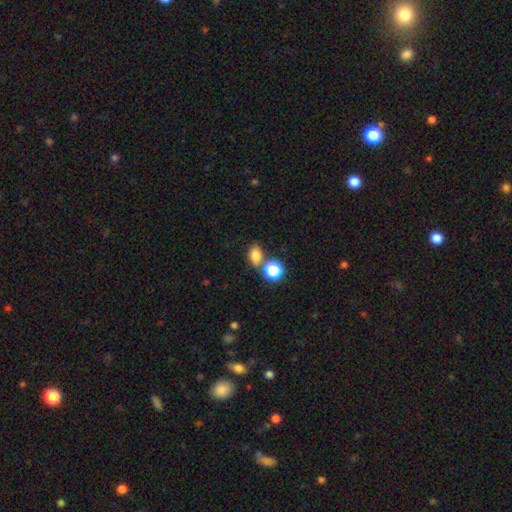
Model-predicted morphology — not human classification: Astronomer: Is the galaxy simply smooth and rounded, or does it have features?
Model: smooth — 77%.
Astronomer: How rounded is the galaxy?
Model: in between — 66%.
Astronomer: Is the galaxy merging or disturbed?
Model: none — 64%.